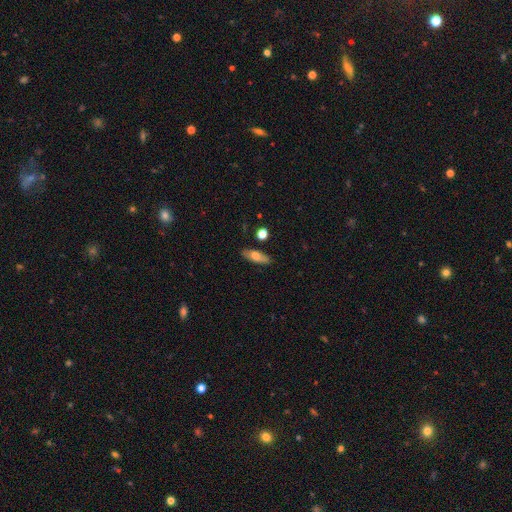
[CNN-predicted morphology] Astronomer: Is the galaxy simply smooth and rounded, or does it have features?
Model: smooth — 60%.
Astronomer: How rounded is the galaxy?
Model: in between — 64%.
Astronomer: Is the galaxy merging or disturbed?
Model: none — 81%.